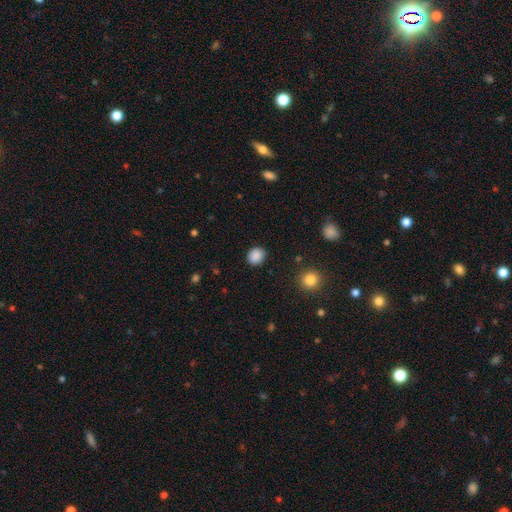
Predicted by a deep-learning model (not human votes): This is clearly a smooth galaxy (88%). How rounded: likely round (77%). Merging: clearly none (89%).